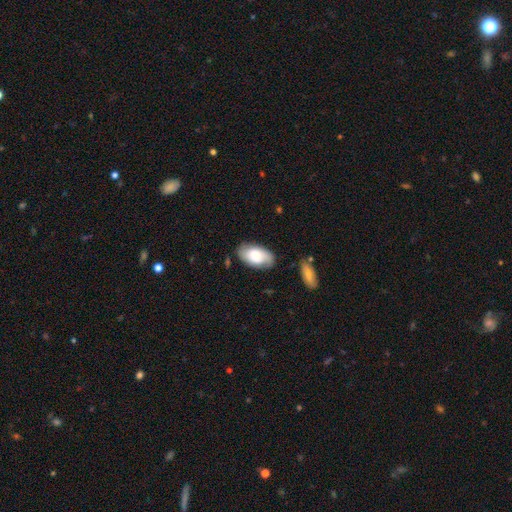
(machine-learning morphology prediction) A smooth galaxy with no disk features (67%) that is in between round and cigar-shaped (95%).

Vote fractions:
- Smooth or featured? smooth: 67% / featured or disk: 26% / star or artifact: 7%
- How rounded? in between: 95% / round: 4% / cigar-shaped: 2%
- Merging? none: 73% / minor disturbance: 19% / major disturbance: 5% / merger: 3%